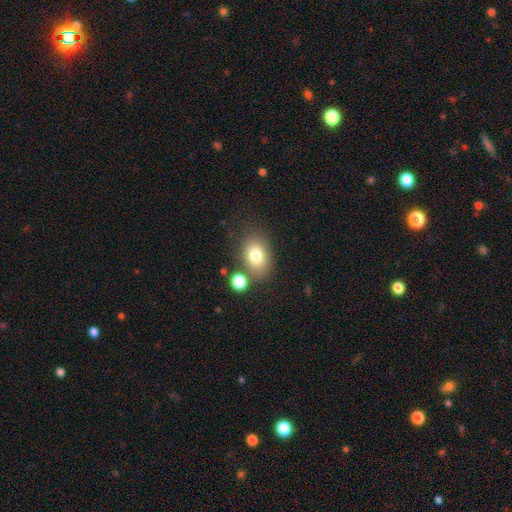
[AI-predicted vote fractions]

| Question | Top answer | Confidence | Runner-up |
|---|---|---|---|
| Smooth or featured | smooth | 78% | featured or disk (12%) |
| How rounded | in between | 78% | round (21%) |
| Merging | none | 74% | minor disturbance (12%) |